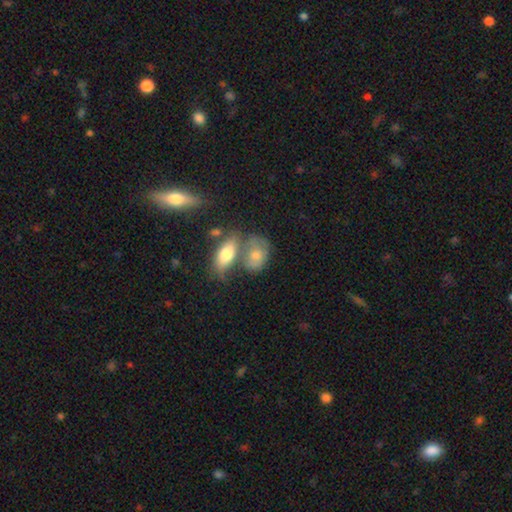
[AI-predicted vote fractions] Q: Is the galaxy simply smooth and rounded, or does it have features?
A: smooth — 69%.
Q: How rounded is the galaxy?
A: in between — 74%.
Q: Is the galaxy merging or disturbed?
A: merger — 43%.